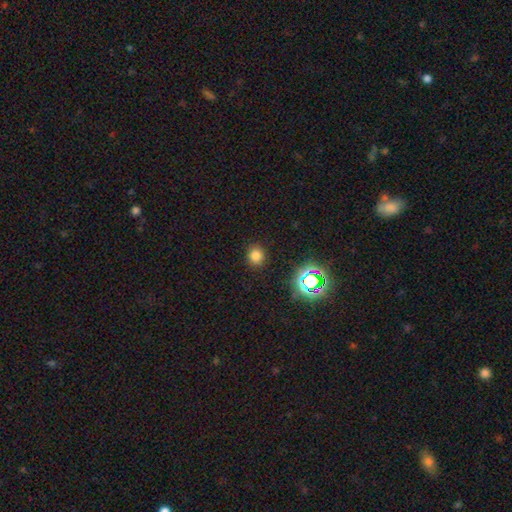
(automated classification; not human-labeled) Smooth or featured? smooth (76%)
How rounded? round (89%)
Merging? none (90%)